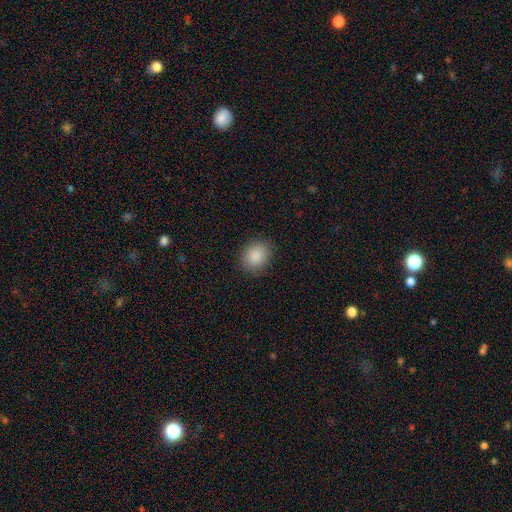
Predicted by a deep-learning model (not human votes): This is clearly a smooth galaxy (89%). How rounded: possibly round (54%). Merging: clearly none (87%).